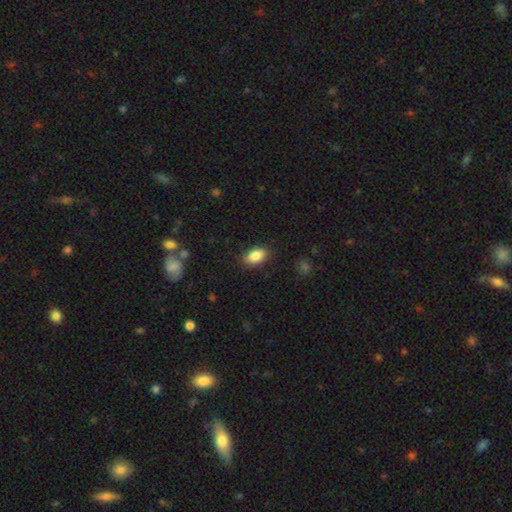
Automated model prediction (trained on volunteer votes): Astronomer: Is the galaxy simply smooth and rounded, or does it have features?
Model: smooth — 87%.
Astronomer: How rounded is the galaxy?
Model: in between — 91%.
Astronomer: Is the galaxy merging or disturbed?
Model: none — 86%.